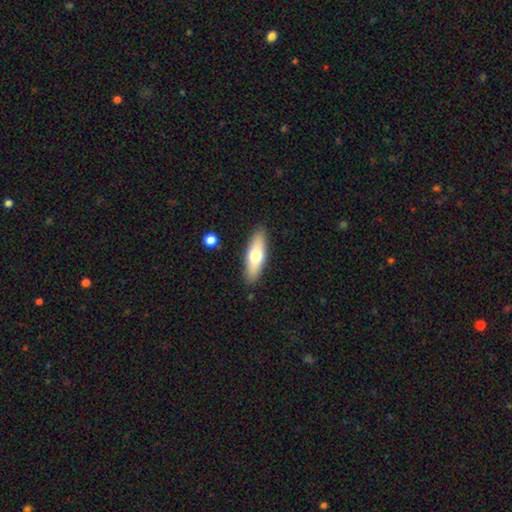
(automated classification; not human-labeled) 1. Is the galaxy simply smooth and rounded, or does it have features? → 62% smooth, 32% featured or disk, 6% star or artifact.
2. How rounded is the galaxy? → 50% in between, 48% cigar-shaped, 2% round.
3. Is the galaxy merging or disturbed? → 88% none, 9% minor disturbance, 2% major disturbance, 2% merger.